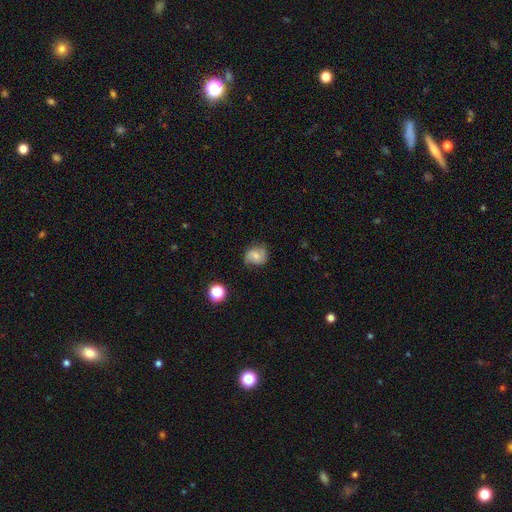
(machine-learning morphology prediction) Smooth or featured: smooth — 46% (featured or disk — 44%)
Merging: none — 65% (minor disturbance — 26%)